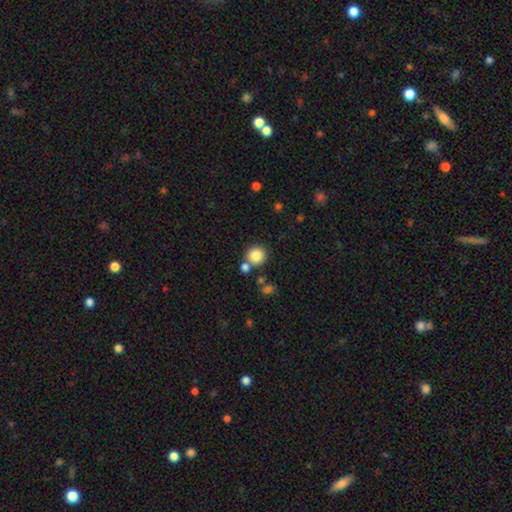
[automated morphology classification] The model was most divided on "merging": none: 71%, merger: 18%, minor disturbance: 8%, major disturbance: 3%. More confident: how rounded — round (91%); smooth or featured — smooth (84%).